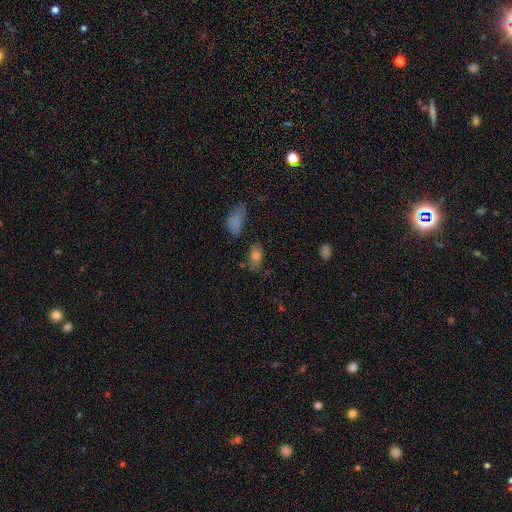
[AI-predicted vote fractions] Smooth or featured? smooth (73%)
How rounded? in between (85%)
Merging? none (67%)